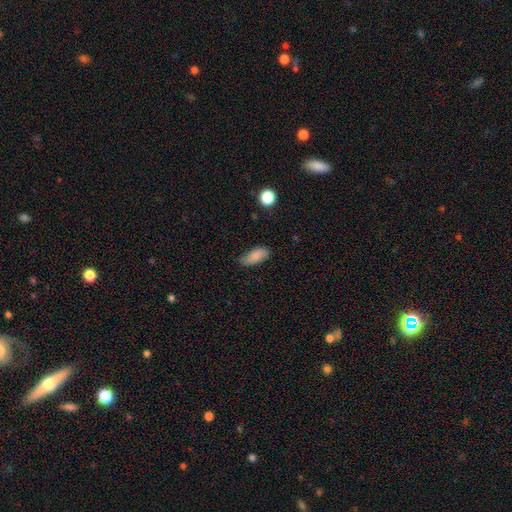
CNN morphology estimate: This is clearly a smooth galaxy (86%). How rounded: clearly in between (86%). Merging: likely none (76%).